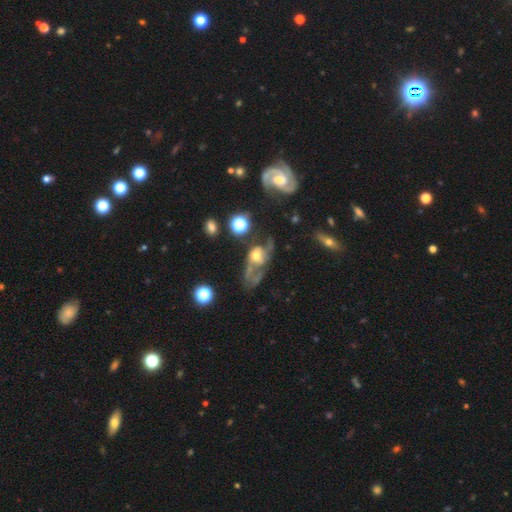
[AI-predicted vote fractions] Overall: featured or disk (65%). Edge-on disk: no (93%). Bar: no (72%). Spiral arms: yes (69%; no 31%). Bulge size: moderate (56%; small 27%). Merging: major disturbance (45%; none 27%).